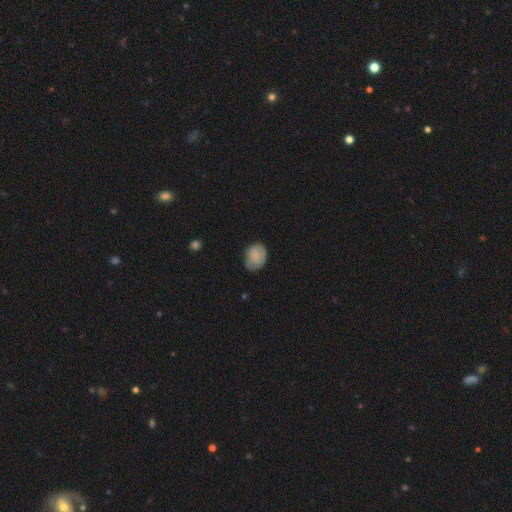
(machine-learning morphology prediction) A smooth galaxy with no disk features (80%) that is in between round and cigar-shaped (63%). Merging: none (68%).